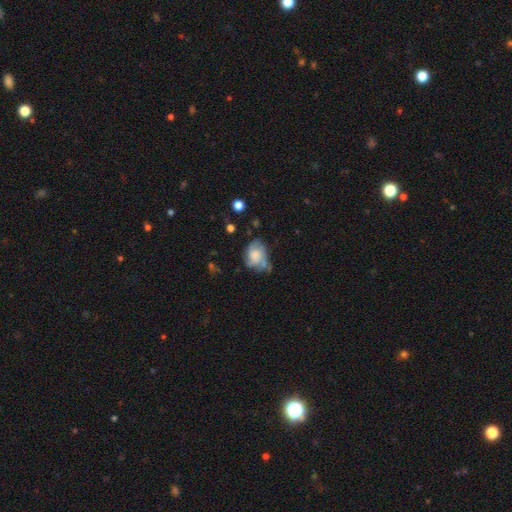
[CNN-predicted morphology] Smooth or featured? smooth (48%)
Merging? none (36%)